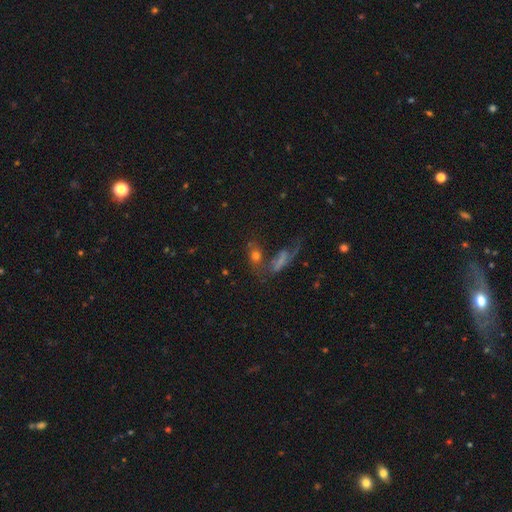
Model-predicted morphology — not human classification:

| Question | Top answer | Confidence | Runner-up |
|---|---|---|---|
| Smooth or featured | smooth | 58% | featured or disk (23%) |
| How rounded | in between | 54% | round (38%) |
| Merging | none | 43% | merger (28%) |